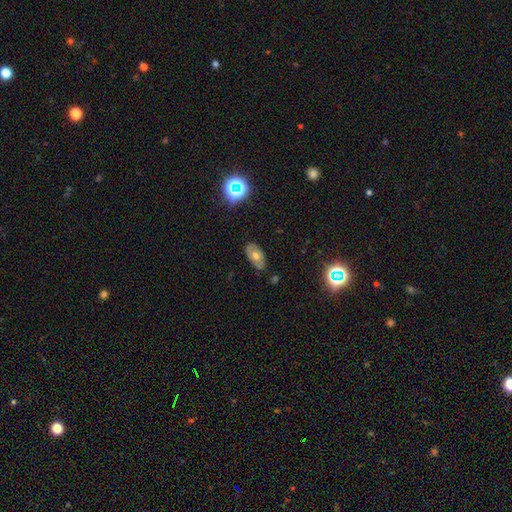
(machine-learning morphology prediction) A smooth galaxy with no disk features (53%) that is in between round and cigar-shaped (91%). Merging: none (79%).